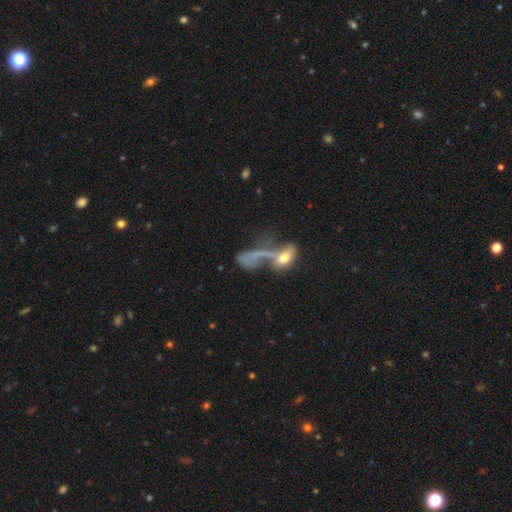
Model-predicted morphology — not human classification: Smooth or featured? Predicted: smooth (p=0.46). Merging? Predicted: merger (p=0.46).